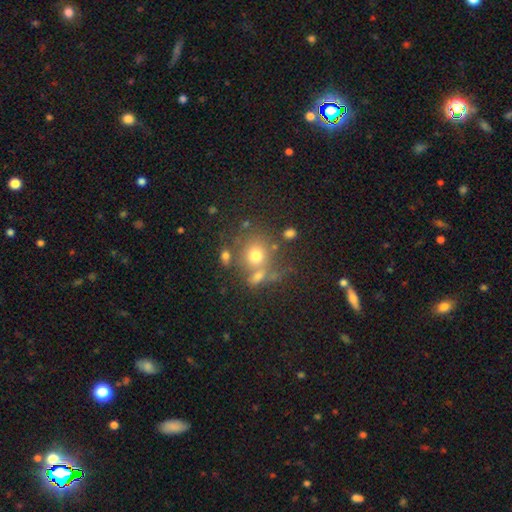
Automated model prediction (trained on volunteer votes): Smooth or featured: smooth — 69% (star or artifact — 16%)
How rounded: round — 80% (in between — 19%)
Merging: none — 55% (merger — 26%)